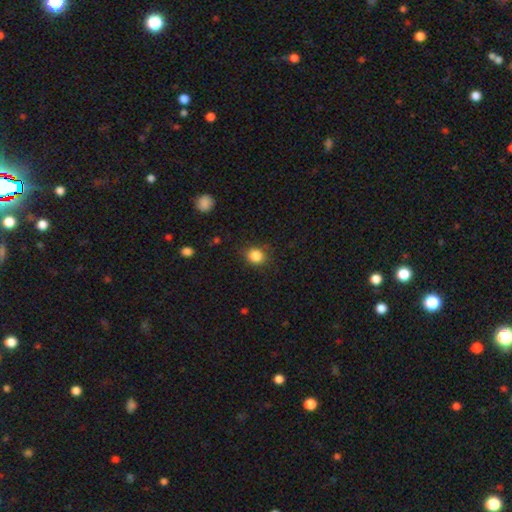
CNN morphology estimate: A smooth galaxy with no disk features (85%) that is round (72%).

Vote fractions:
- Smooth or featured? smooth: 85% / star or artifact: 11% / featured or disk: 5%
- How rounded? round: 72% / in between: 27% / cigar-shaped: 1%
- Merging? none: 81% / minor disturbance: 14% / major disturbance: 4% / merger: 1%